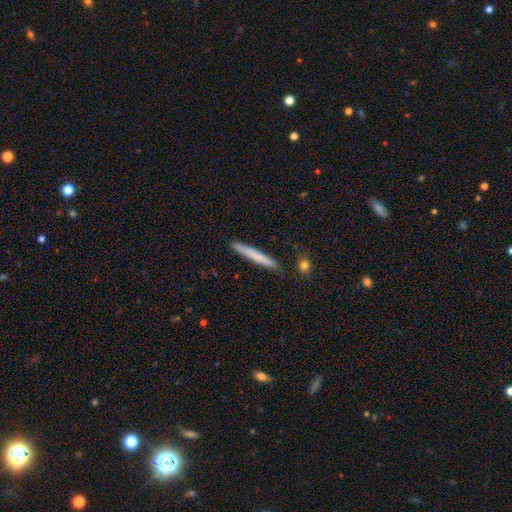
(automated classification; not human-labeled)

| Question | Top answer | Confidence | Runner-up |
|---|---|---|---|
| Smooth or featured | smooth | 70% | featured or disk (24%) |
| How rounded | cigar-shaped | 96% | in between (2%) |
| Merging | none | 88% | minor disturbance (8%) |